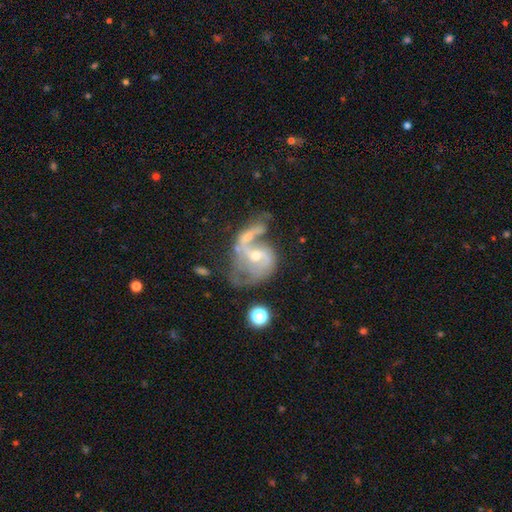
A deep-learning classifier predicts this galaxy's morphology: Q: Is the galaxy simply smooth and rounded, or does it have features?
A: featured or disk — 82%.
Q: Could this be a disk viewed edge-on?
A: no — 97%.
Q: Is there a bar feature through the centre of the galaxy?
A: no — 43%.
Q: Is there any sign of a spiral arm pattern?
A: yes — 89%.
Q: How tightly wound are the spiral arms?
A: loose — 44%.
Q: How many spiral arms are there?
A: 2 — 70%.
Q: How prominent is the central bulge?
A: small — 48%.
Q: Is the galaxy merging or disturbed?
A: merger — 32%.